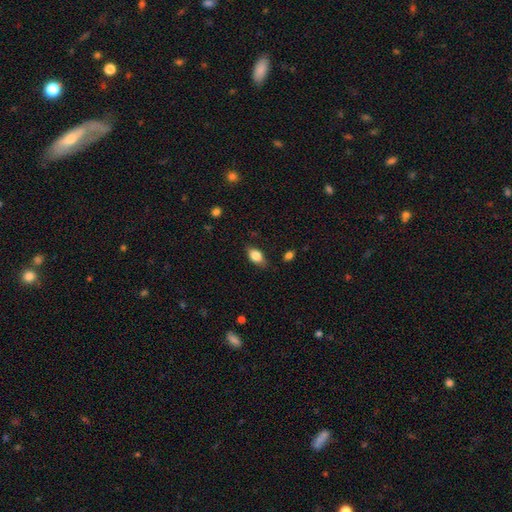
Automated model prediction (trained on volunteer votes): smooth 82%, featured or disk 10%, star or artifact 8%. Down the decision tree: how rounded — in between (88%); merging — none (79%).